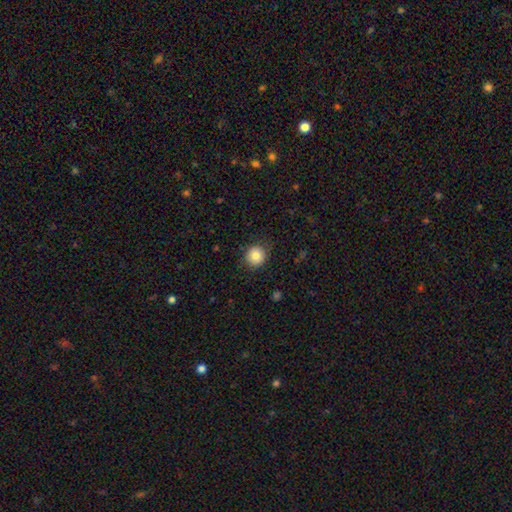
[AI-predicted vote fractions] The model was most divided on "smooth or featured": smooth: 84%, star or artifact: 10%, featured or disk: 6%. More confident: how rounded — round (92%); merging — none (87%).